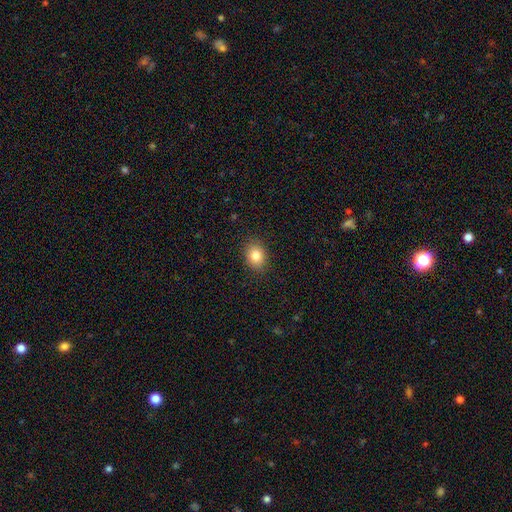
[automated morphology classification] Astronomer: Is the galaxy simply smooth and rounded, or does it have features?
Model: smooth — 83%.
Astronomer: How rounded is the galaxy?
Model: in between — 57% (runner-up: round, 42%).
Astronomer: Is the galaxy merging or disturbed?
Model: none — 88%.